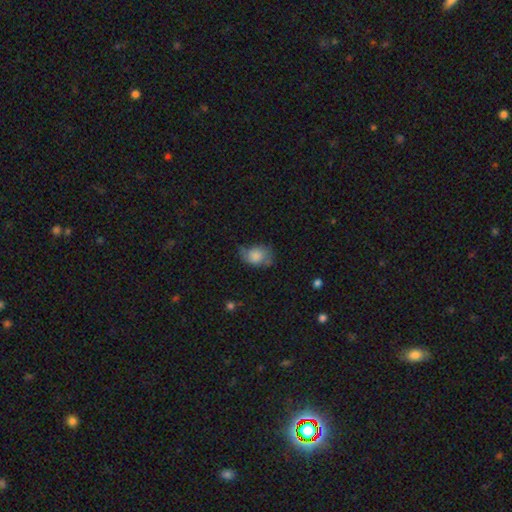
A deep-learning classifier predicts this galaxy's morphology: Smooth or featured: smooth — 76% (featured or disk — 16%)
How rounded: in between — 71% (round — 28%)
Merging: none — 46% (minor disturbance — 37%)